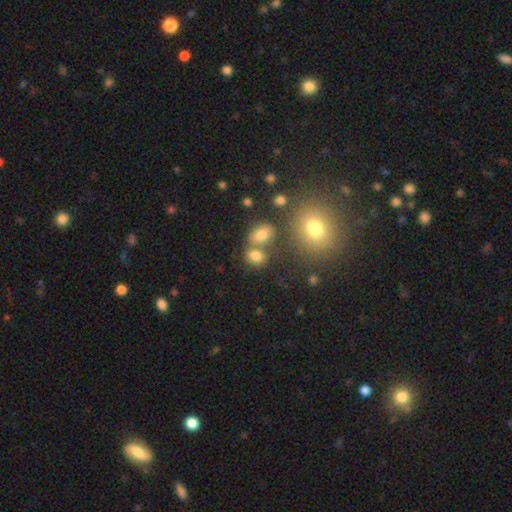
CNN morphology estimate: smooth-or-featured: smooth: 75% | star or artifact: 15% | featured or disk: 10%
  how-rounded: in between: 51% | round: 47% | cigar-shaped: 2%
  merging: none: 51% | merger: 33% | minor disturbance: 11% | major disturbance: 5%